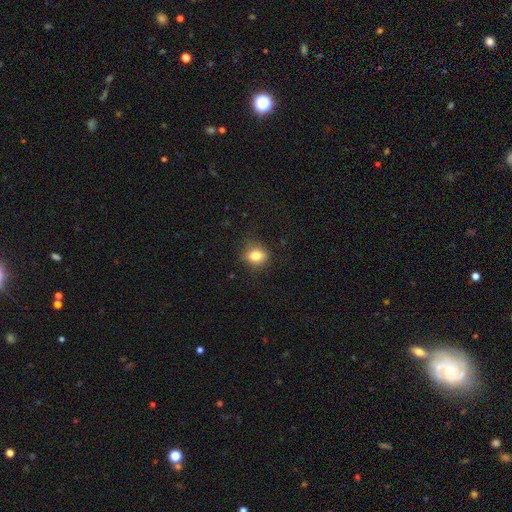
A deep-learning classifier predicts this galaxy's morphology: Smooth or featured? smooth (82%)
How rounded? round (50%)
Merging? none (82%)